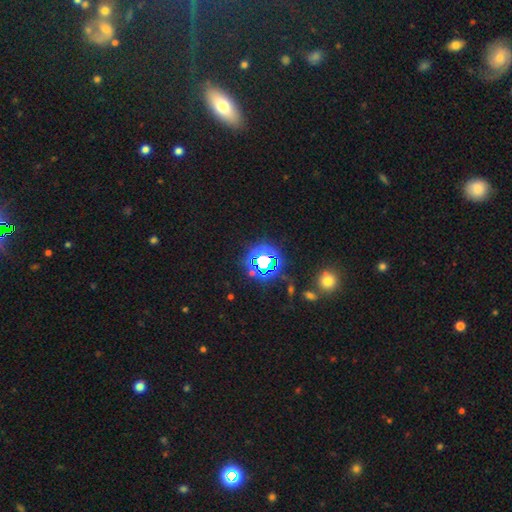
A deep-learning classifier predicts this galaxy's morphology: This appears to be a star or artifact, not a galaxy (79%).